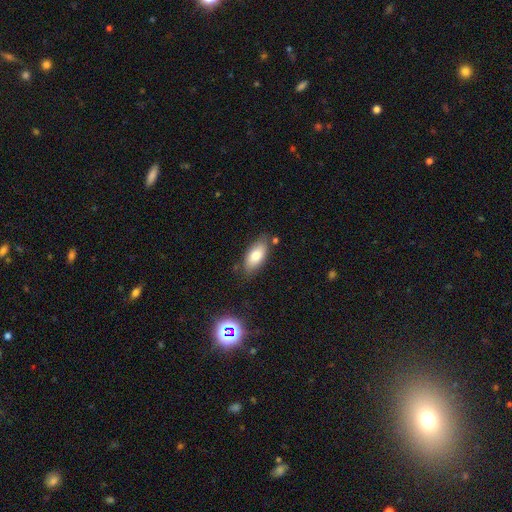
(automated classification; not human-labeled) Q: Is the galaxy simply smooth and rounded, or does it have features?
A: smooth — 79%.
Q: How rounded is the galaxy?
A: in between — 87%.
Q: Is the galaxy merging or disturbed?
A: none — 77%.